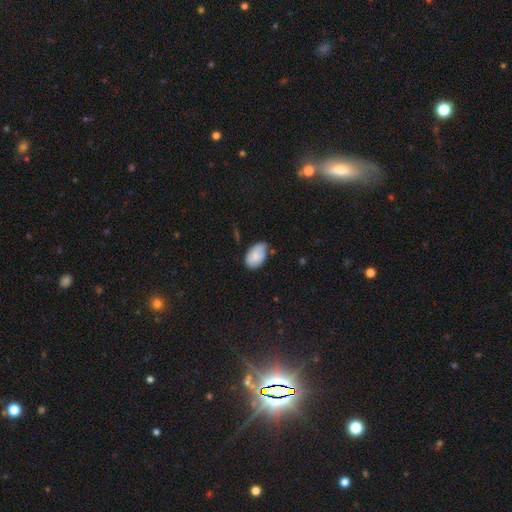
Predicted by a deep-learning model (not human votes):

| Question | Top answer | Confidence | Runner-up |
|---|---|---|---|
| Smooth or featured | smooth | 82% | featured or disk (11%) |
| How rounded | in between | 91% | round (8%) |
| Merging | none | 54% | minor disturbance (36%) |